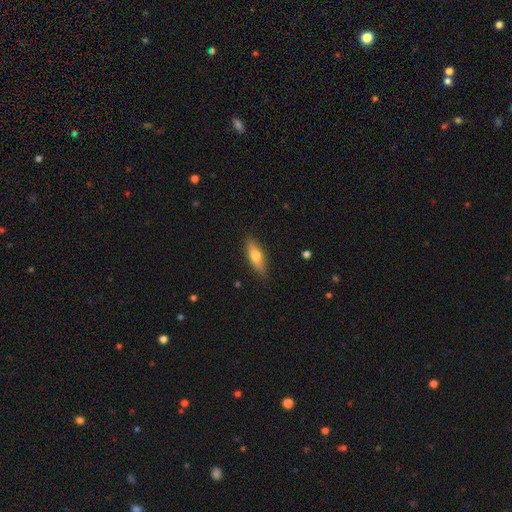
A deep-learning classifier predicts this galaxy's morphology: Smooth or featured? smooth (63%)
How rounded? in between (51%)
Merging? none (86%)